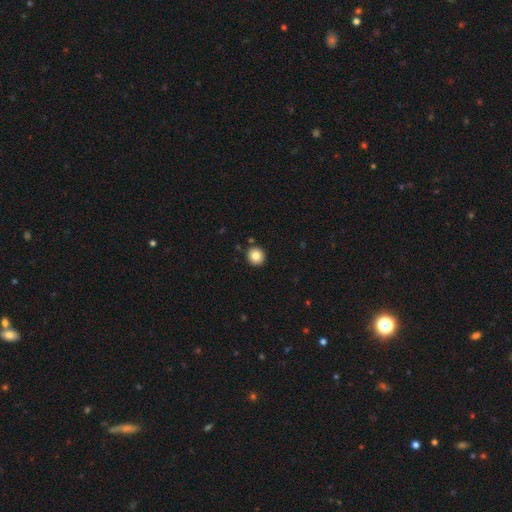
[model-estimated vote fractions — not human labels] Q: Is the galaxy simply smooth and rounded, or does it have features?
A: smooth — 84%.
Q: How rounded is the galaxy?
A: round — 92%.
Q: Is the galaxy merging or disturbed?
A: none — 90%.